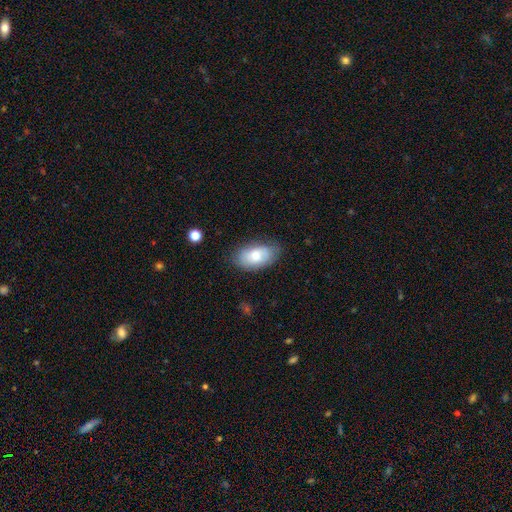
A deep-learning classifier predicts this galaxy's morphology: Smooth or featured? smooth (73%)
How rounded? in between (94%)
Merging? none (76%)